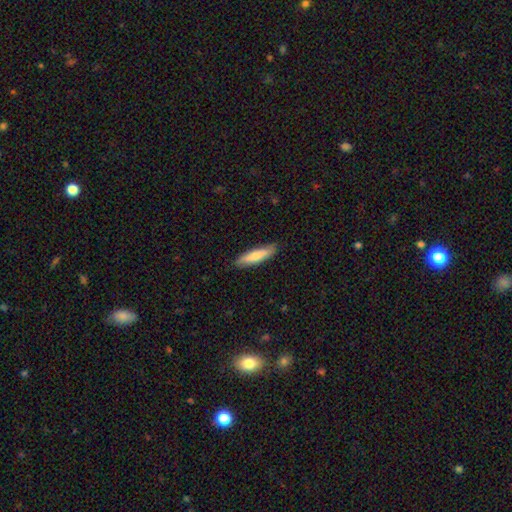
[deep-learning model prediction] Overall: smooth (73%). How rounded: cigar-shaped (77%). Merging: none (86%).